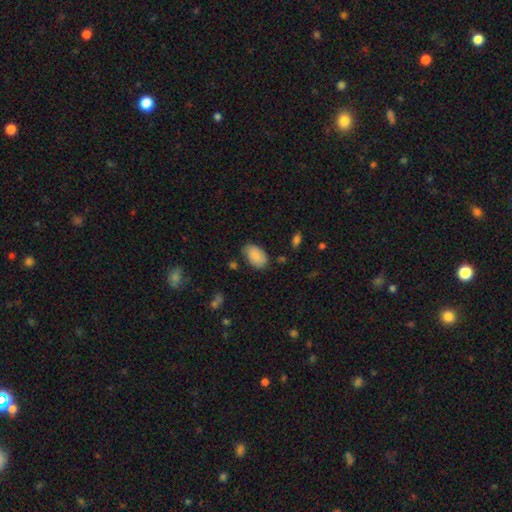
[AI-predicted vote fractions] Q: Smooth or featured?
A: smooth (87%); runner-up: star or artifact (6%)
Q: How rounded?
A: in between (94%); runner-up: round (5%)
Q: Merging?
A: none (75%); runner-up: minor disturbance (19%)